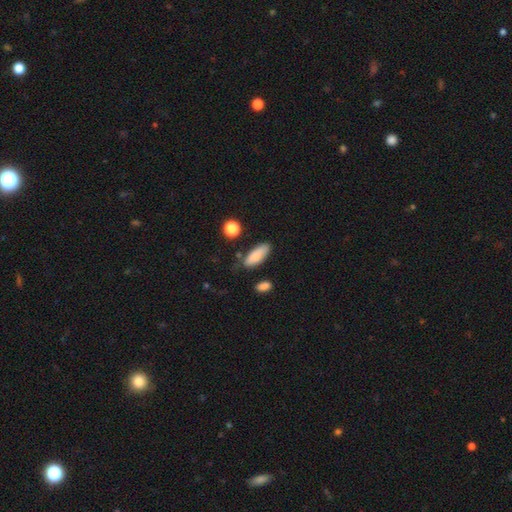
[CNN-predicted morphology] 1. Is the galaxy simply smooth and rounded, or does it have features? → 85% smooth, 8% featured or disk, 7% star or artifact.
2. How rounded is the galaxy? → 73% in between, 25% cigar-shaped, 2% round.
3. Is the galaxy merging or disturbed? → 70% none, 20% minor disturbance, 5% major disturbance, 5% merger.